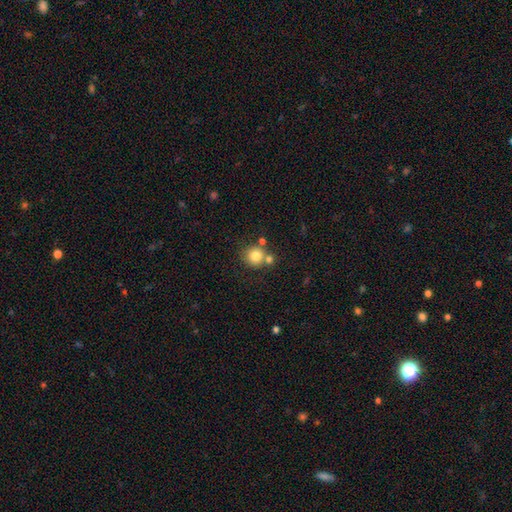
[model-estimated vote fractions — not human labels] A smooth galaxy with no disk features (81%) that is round (90%). Merging: none (65%).